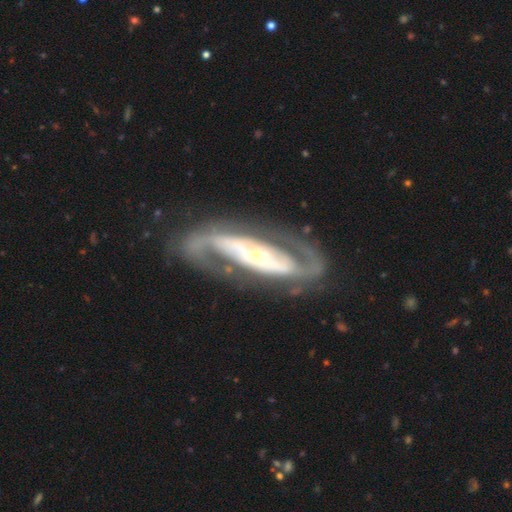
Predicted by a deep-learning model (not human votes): featured or disk 88%, smooth 7%, star or artifact 5%. Down the decision tree: edge-on disk — no (91%); bar — no (42%); spiral arms — yes (92%); spiral arm count — 2 (88%); spiral winding — medium (44%); bulge size — small (67%); merging — none (75%).